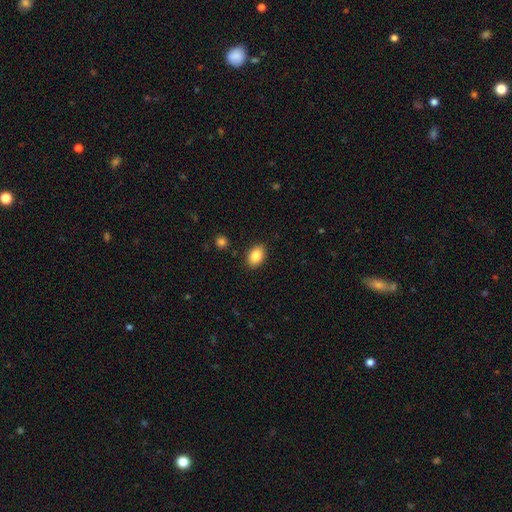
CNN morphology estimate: smooth-or-featured: smooth: 85% | star or artifact: 8% | featured or disk: 7%
  how-rounded: in between: 86% | round: 13% | cigar-shaped: 1%
  merging: none: 88% | minor disturbance: 9% | major disturbance: 2% | merger: 1%